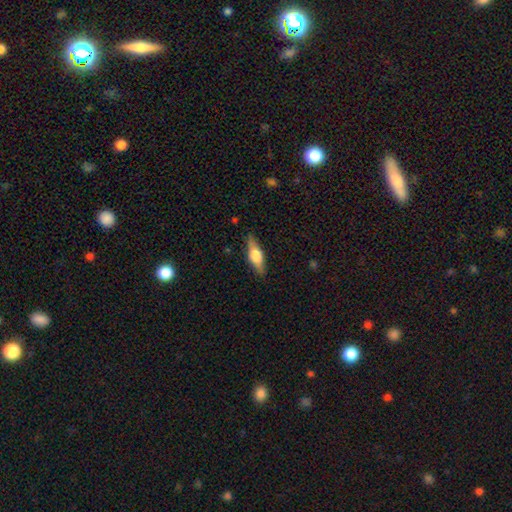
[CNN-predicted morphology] This appears to be a smooth galaxy with no disk features (53%) that is in between round and cigar-shaped (53%). Merging: none (83%).